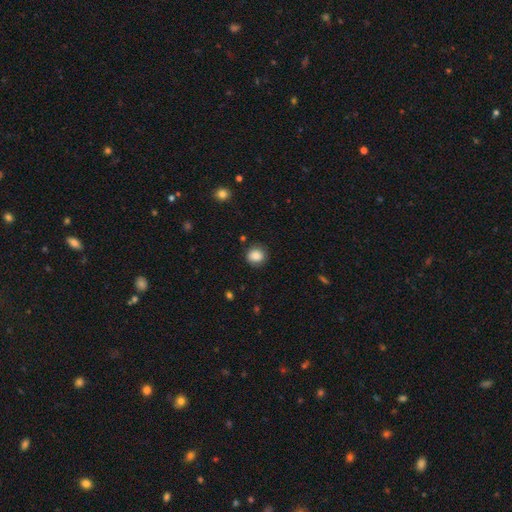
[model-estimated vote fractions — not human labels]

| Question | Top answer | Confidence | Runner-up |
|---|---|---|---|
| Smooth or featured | smooth | 86% | star or artifact (9%) |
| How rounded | round | 80% | in between (19%) |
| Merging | none | 84% | minor disturbance (12%) |